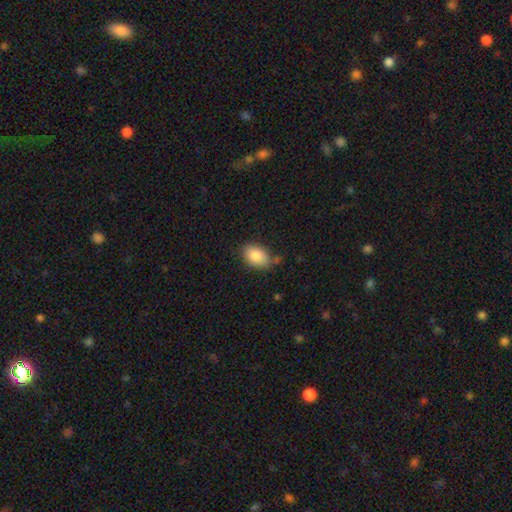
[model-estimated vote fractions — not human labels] Morphology: type=smooth (86%); roundness=in between (88%); merging=none (72%).